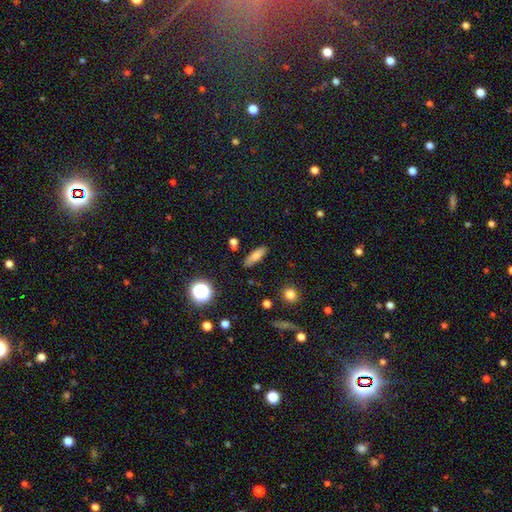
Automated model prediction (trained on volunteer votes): Smooth or featured? Predicted: smooth (p=0.76). How rounded? Predicted: in between (p=0.51). Merging? Predicted: none (p=0.83).